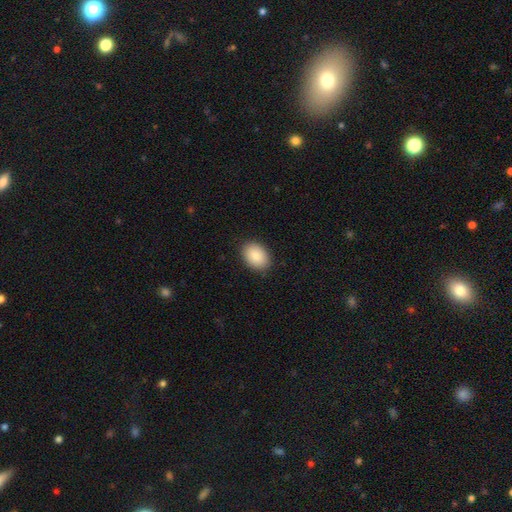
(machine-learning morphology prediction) Overall: smooth (88%). How rounded: in between (75%). Merging: none (88%).